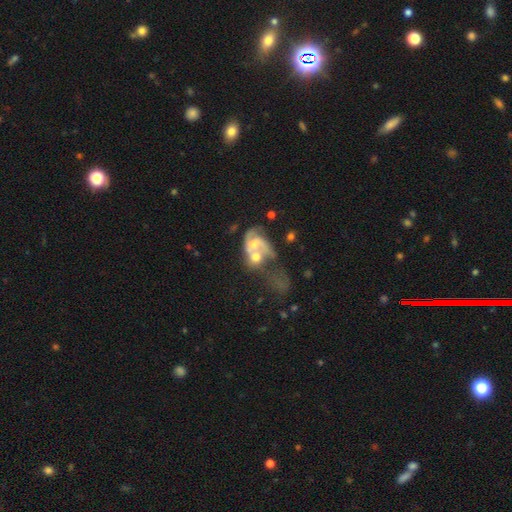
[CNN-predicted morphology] Overall: featured or disk (64%; smooth 26%). Edge-on disk: no (97%). Bar: no (72%). Spiral arms: yes (61%; no 39%). Bulge size: moderate (55%; small 27%). Merging: merger (67%).